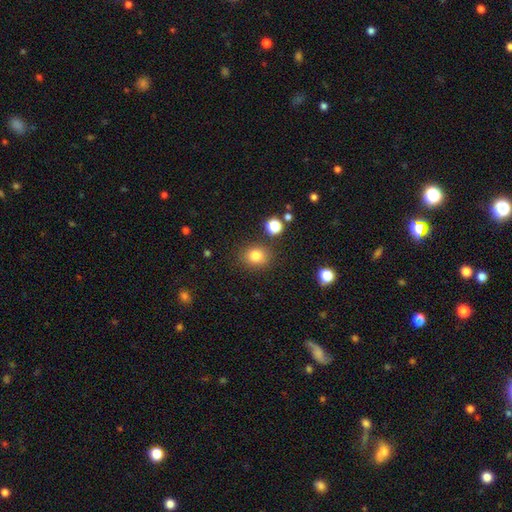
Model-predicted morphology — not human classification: Smooth or featured?
  - smooth: 82% *
  - star or artifact: 12%
  - featured or disk: 6%
How rounded?
  - round: 70% *
  - in between: 29%
  - cigar-shaped: 1%
Merging?
  - none: 83% *
  - minor disturbance: 10%
  - merger: 4%
  - major disturbance: 3%